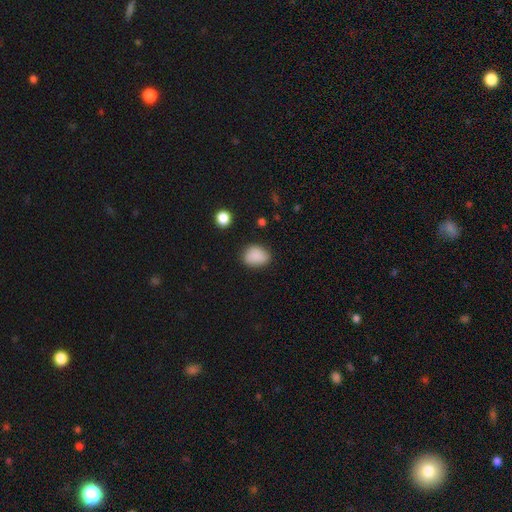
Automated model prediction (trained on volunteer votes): smooth-or-featured: smooth: 86% | star or artifact: 9% | featured or disk: 4%
  how-rounded: in between: 65% | round: 34% | cigar-shaped: 1%
  merging: none: 73% | minor disturbance: 20% | major disturbance: 5% | merger: 2%